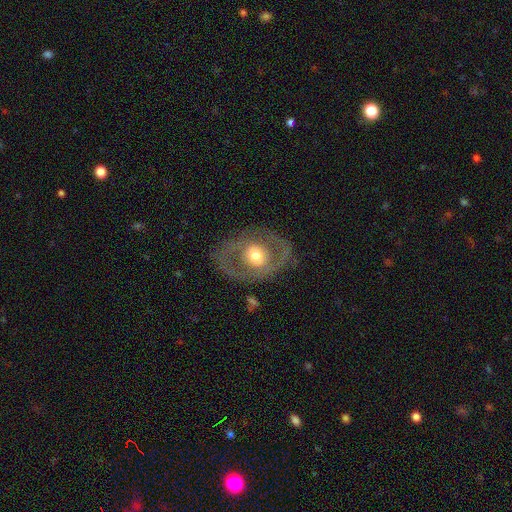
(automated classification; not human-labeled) The model was most divided on "smooth or featured": featured or disk: 62%, smooth: 32%, star or artifact: 6%. More confident: edge-on disk — no (93%); merging — none (76%); bar — no (70%); spiral arms — no (70%); bulge size — moderate (61%).